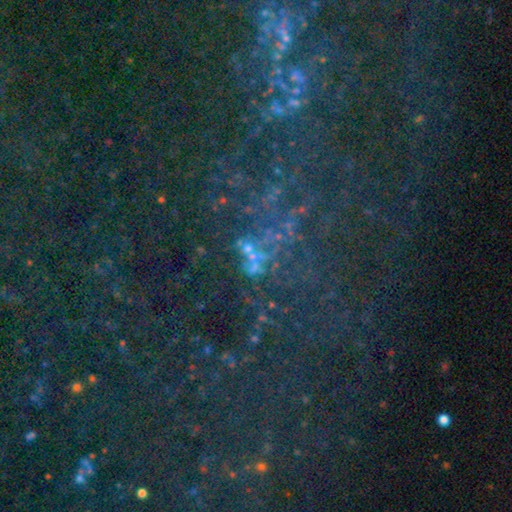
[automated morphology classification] Smooth or featured? star or artifact (52%)